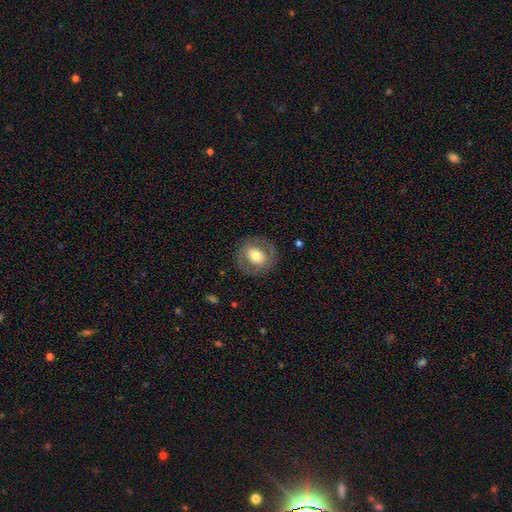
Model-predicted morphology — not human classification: smooth-or-featured: smooth: 50% | featured or disk: 43% | star or artifact: 7%
  merging: none: 82% | minor disturbance: 10% | major disturbance: 6% | merger: 1%